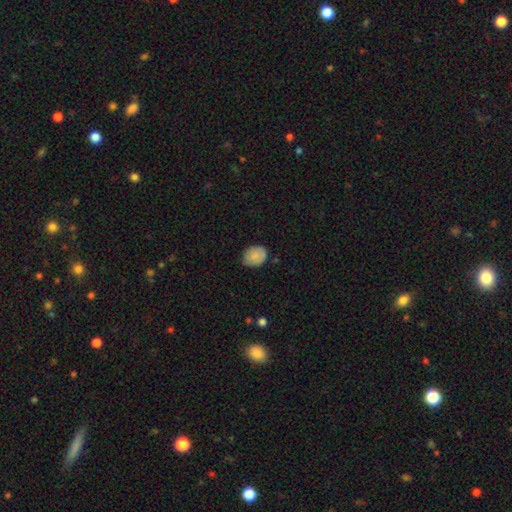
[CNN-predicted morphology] The model was most divided on "how rounded": in between: 51%, round: 48%, cigar-shaped: 1%. More confident: smooth or featured — smooth (82%); merging — none (75%).